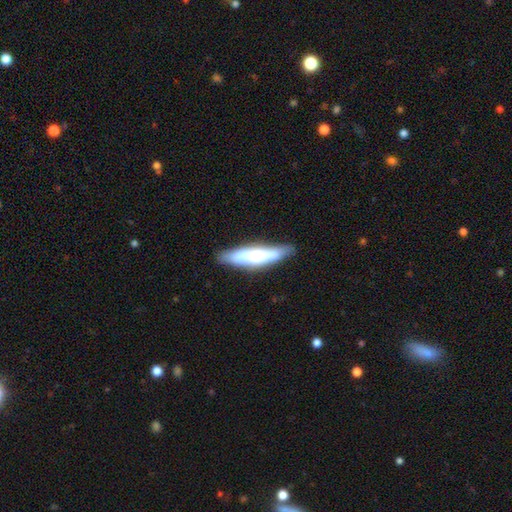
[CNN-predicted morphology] This appears to be a smooth galaxy with no disk features (54%) that is cigar-shaped (81%). Merging: none (80%).